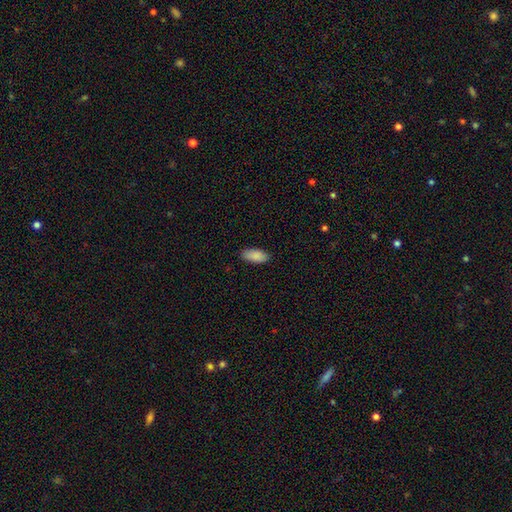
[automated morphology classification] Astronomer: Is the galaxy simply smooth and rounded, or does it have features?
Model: smooth — 89%.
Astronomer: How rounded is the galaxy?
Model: in between — 90%.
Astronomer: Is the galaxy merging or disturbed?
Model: none — 87%.